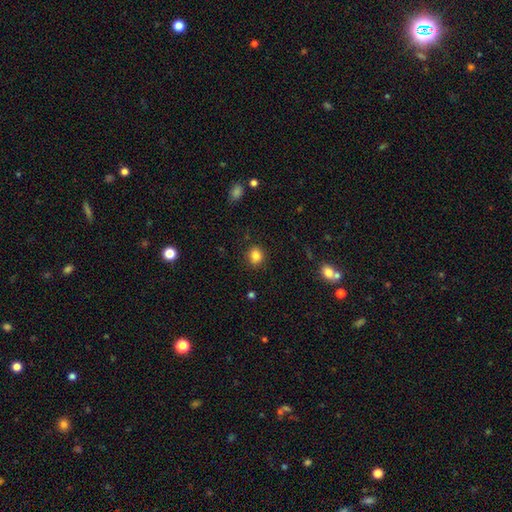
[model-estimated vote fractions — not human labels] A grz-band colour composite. It shows a smooth galaxy with no disk features (84%) that is round (70%). Merging: none (87%).